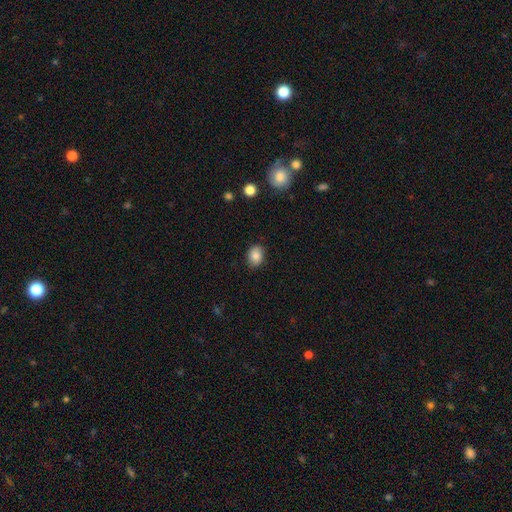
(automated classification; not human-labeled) smooth 83%, star or artifact 9%, featured or disk 8%. Down the decision tree: how rounded — in between (58%); merging — none (85%).